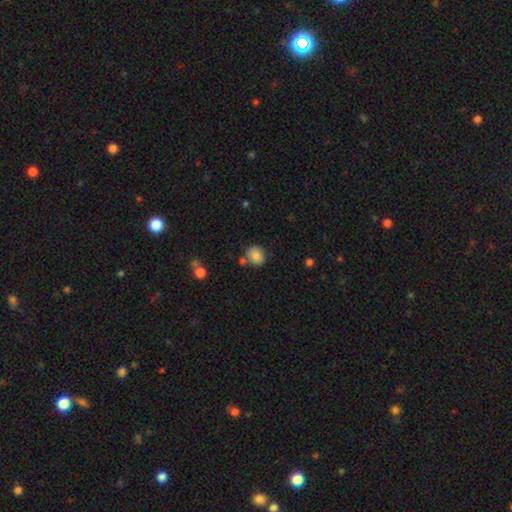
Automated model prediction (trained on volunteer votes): A smooth galaxy with no disk features (83%) that is round (77%). Merging: none (75%).